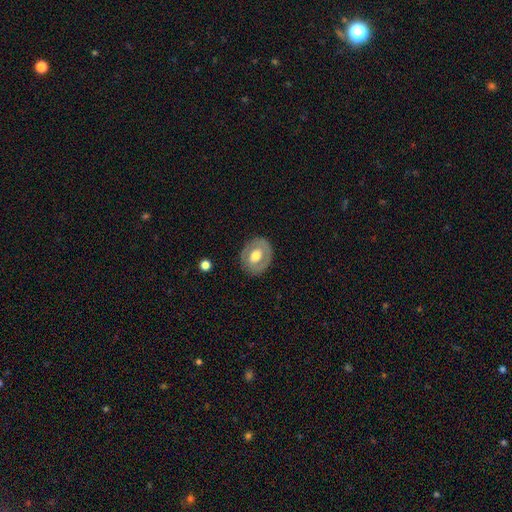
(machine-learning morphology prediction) A smooth galaxy with no disk features (48%).

Vote fractions:
- Smooth or featured? smooth: 48% / featured or disk: 46% / star or artifact: 6%
- Merging? none: 82% / minor disturbance: 12% / major disturbance: 4% / merger: 1%